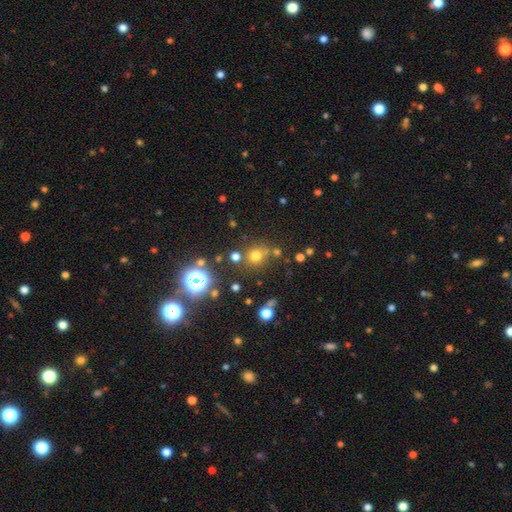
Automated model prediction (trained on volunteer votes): smooth 67%, star or artifact 25%, featured or disk 9%. Down the decision tree: how rounded — round (86%); merging — none (71%).